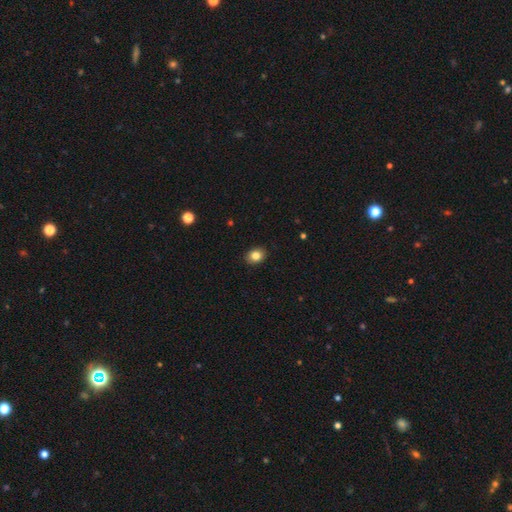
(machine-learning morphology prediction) Q: Smooth or featured?
A: smooth (83%); runner-up: star or artifact (10%)
Q: How rounded?
A: in between (55%); runner-up: round (44%)
Q: Merging?
A: none (89%); runner-up: minor disturbance (8%)